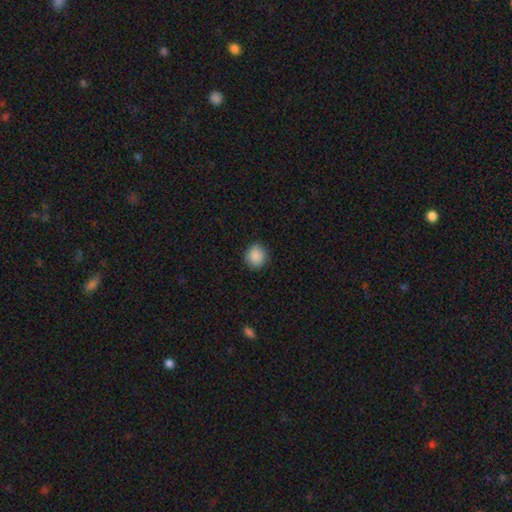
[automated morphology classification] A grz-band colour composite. It shows a smooth galaxy with no disk features (89%) that is round (82%). Merging: none (89%).